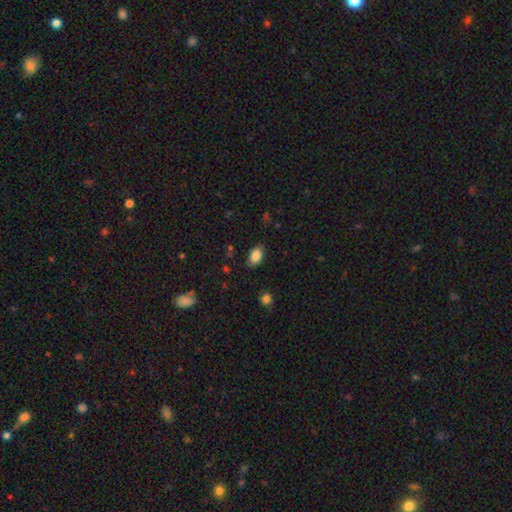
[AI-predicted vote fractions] Q: Smooth or featured?
A: smooth (86%); runner-up: star or artifact (8%)
Q: How rounded?
A: in between (87%); runner-up: round (11%)
Q: Merging?
A: none (80%); runner-up: minor disturbance (15%)